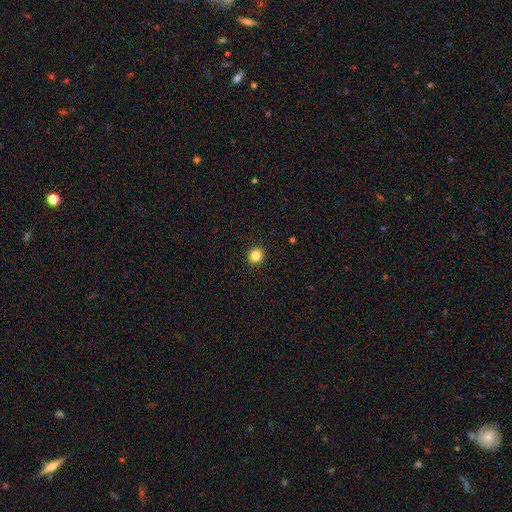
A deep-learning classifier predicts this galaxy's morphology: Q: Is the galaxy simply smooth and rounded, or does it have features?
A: smooth — 84%.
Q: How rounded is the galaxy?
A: round — 88%.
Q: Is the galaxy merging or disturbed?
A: none — 93%.